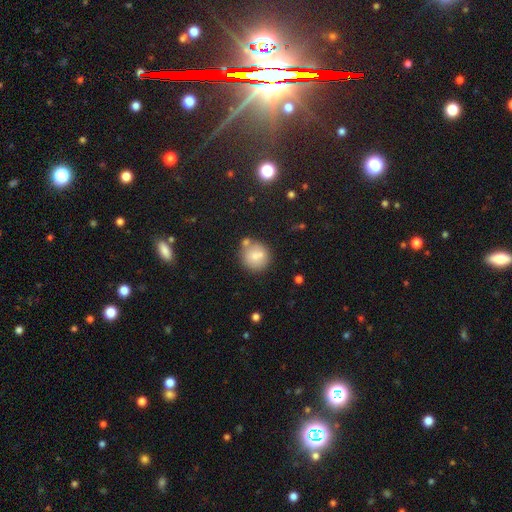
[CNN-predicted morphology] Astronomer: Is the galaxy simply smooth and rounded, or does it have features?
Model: smooth — 76%.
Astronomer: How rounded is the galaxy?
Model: round — 90%.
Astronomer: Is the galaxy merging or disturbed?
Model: none — 66%.